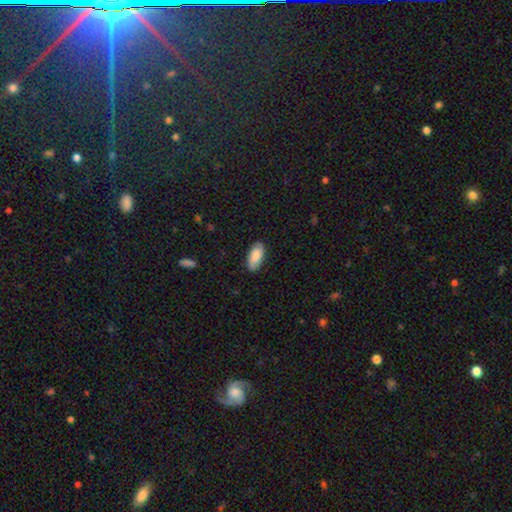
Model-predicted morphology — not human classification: Smooth or featured: smooth — 80% (featured or disk — 14%)
How rounded: in between — 91% (cigar-shaped — 7%)
Merging: none — 83% (minor disturbance — 13%)